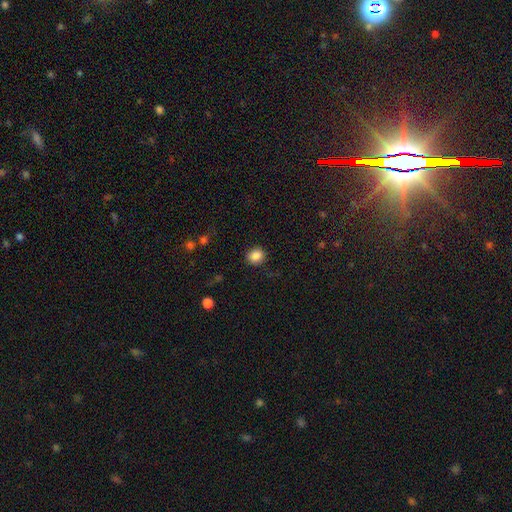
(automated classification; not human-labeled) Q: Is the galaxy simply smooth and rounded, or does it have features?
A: smooth — 87%.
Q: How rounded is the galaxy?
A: round — 69%.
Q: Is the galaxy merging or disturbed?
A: none — 85%.